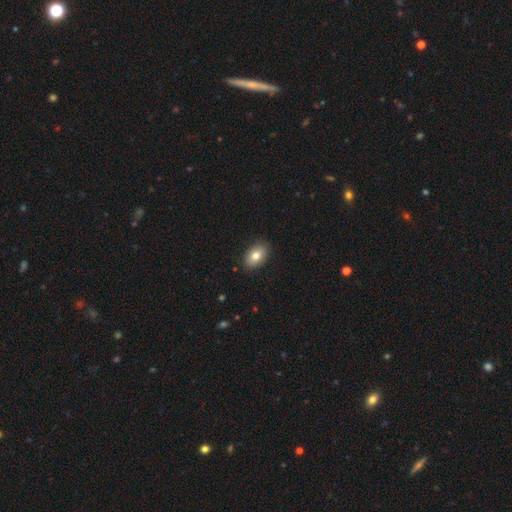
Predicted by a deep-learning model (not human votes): Morphology: type=smooth (79%); roundness=in between (87%); merging=none (88%).